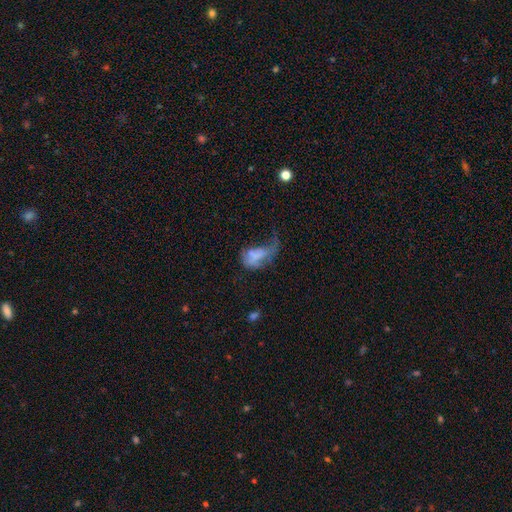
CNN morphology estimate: smooth 53%, featured or disk 35%, star or artifact 12%. Down the decision tree: how rounded — in between (88%); merging — major disturbance (61%).